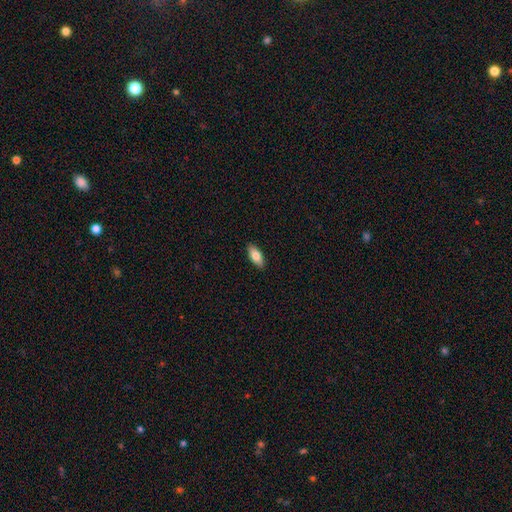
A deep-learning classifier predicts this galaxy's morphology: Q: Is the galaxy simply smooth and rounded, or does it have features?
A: smooth — 81%.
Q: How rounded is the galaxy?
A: in between — 86%.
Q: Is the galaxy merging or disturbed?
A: none — 90%.